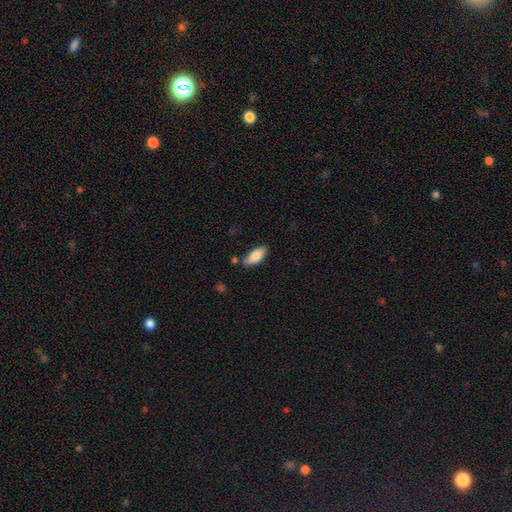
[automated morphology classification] Smooth or featured?
  - smooth: 83% *
  - featured or disk: 11%
  - star or artifact: 6%
How rounded?
  - in between: 85% *
  - cigar-shaped: 13%
  - round: 2%
Merging?
  - none: 74% *
  - minor disturbance: 17%
  - merger: 6%
  - major disturbance: 4%